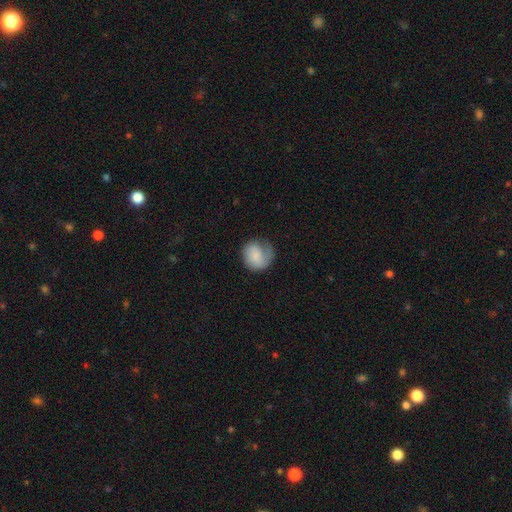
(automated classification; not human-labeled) Smooth or featured? Predicted: smooth (p=0.70). How rounded? Predicted: round (p=0.80). Merging? Predicted: none (p=0.53).